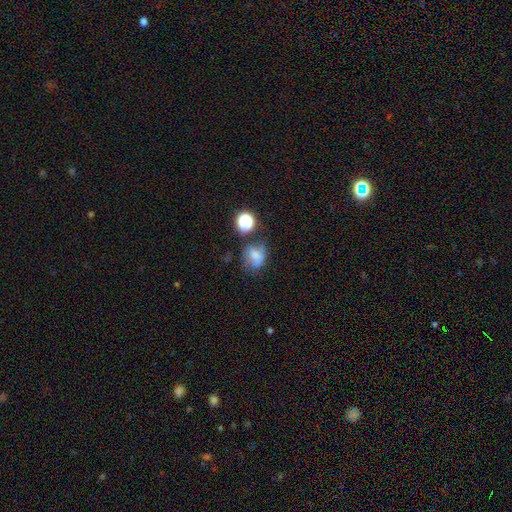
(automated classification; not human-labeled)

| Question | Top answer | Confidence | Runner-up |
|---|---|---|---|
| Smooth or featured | smooth | 60% | featured or disk (23%) |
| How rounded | round | 50% | in between (49%) |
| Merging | none | 44% | minor disturbance (28%) |